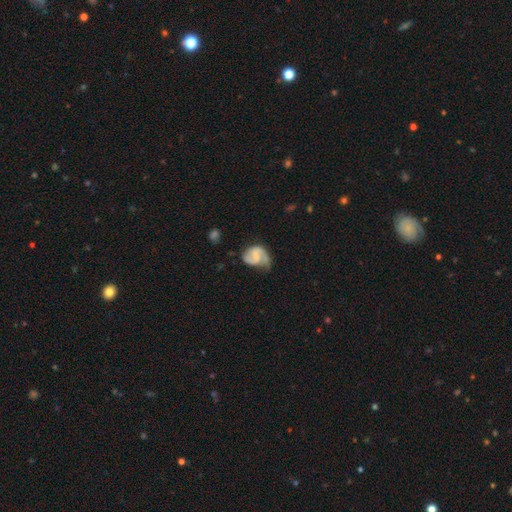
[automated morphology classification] This is likely a featured or disk galaxy (76%). It is clearly not viewed edge-on (98%). Bar: possibly weak (48%). Spiral arm pattern: clearly yes (94%). Spiral arm count: likely 2 (74%). Spiral winding: possibly medium (47%). Central bulge: possibly none (46%). Merging: possibly none (49%).